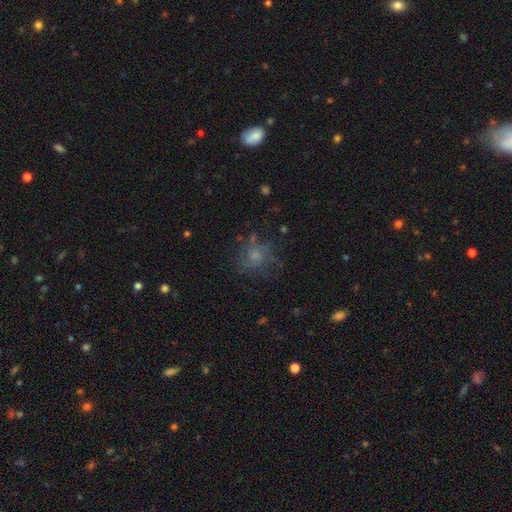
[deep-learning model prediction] smooth 44%, featured or disk 39%, star or artifact 17%. Down the decision tree: merging — none (58%).